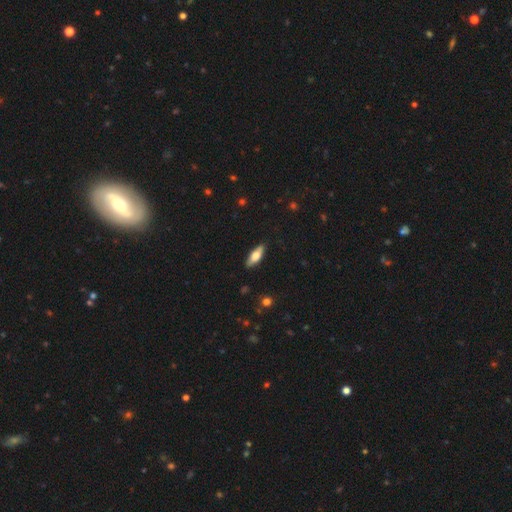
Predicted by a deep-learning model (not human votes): A smooth galaxy with no disk features (65%) that is in between round and cigar-shaped (66%). Merging: none (86%).